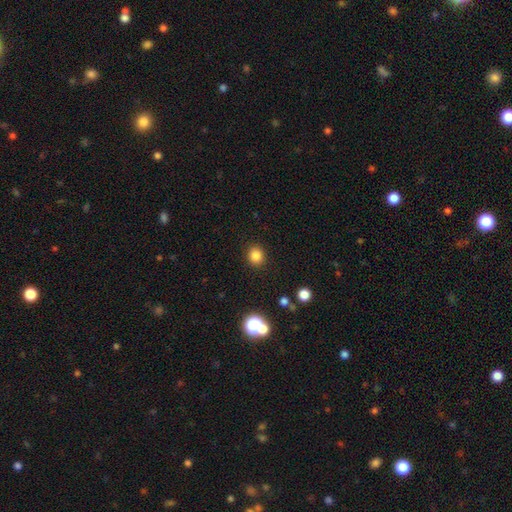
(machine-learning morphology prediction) The model was most divided on "how rounded": round: 83%, in between: 16%, cigar-shaped: 1%. More confident: merging — none (90%); smooth or featured — smooth (83%).